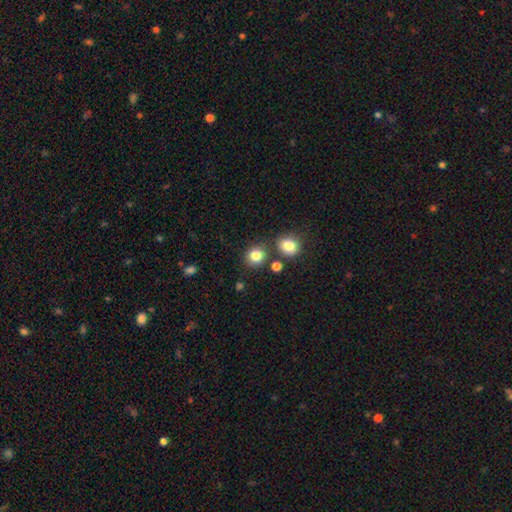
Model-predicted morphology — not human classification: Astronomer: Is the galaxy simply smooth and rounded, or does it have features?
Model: smooth — 83%.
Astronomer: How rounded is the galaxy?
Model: round — 82%.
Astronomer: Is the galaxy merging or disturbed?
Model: none — 79%.